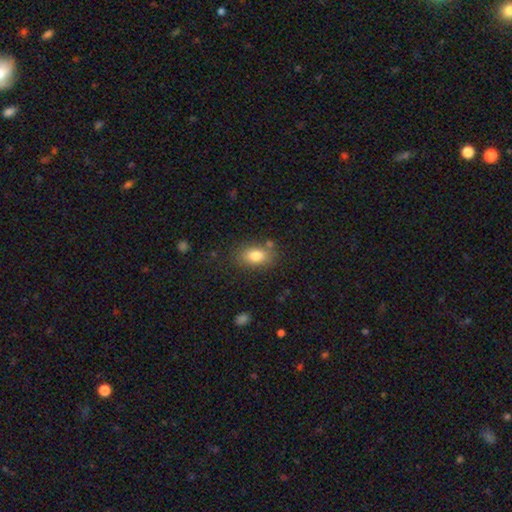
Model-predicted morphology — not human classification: smooth_or_featured: smooth (p=0.81) [alt: featured or disk p=0.10]
how_rounded: in between (p=0.84) [alt: round p=0.14]
merging: none (p=0.76) [alt: minor disturbance p=0.14]